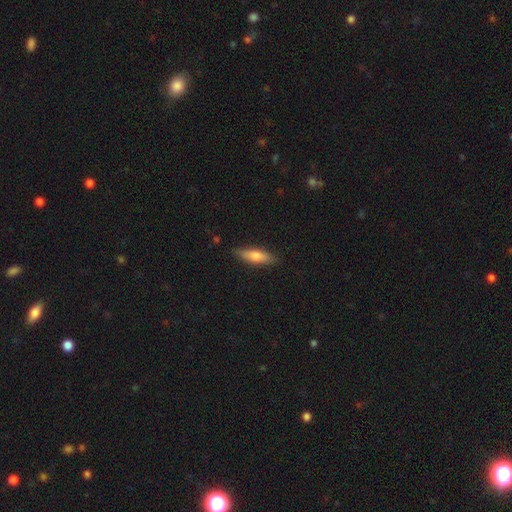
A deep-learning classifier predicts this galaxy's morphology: Smooth or featured: smooth — 68% (featured or disk — 26%)
How rounded: cigar-shaped — 55% (in between — 43%)
Merging: none — 85% (minor disturbance — 12%)